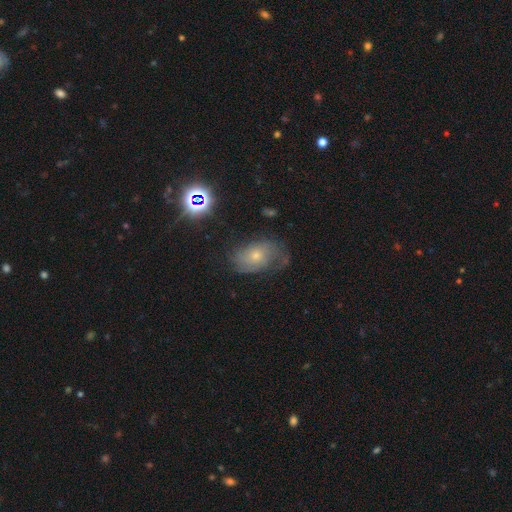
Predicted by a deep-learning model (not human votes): Q: Smooth or featured?
A: featured or disk (56%); runner-up: smooth (29%)
Q: Edge-on disk?
A: no (95%); runner-up: yes (5%)
Q: Bar?
A: no (81%); runner-up: weak (16%)
Q: Spiral arms?
A: yes (82%); runner-up: no (18%)
Q: Bulge size?
A: small (56%); runner-up: moderate (37%)
Q: Merging?
A: none (52%); runner-up: minor disturbance (27%)